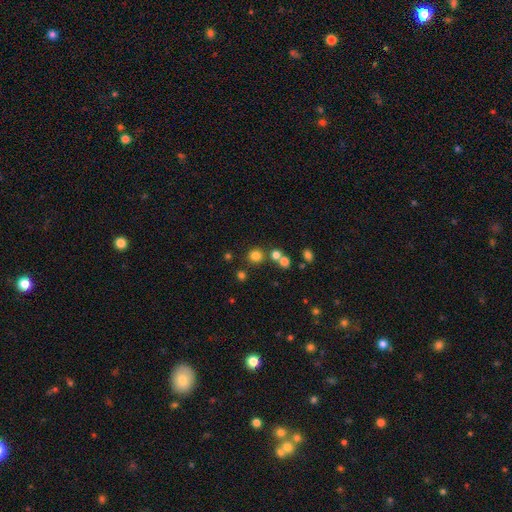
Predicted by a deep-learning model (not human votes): Morphology: type=smooth (75%); roundness=round (91%); merging=none (74%).